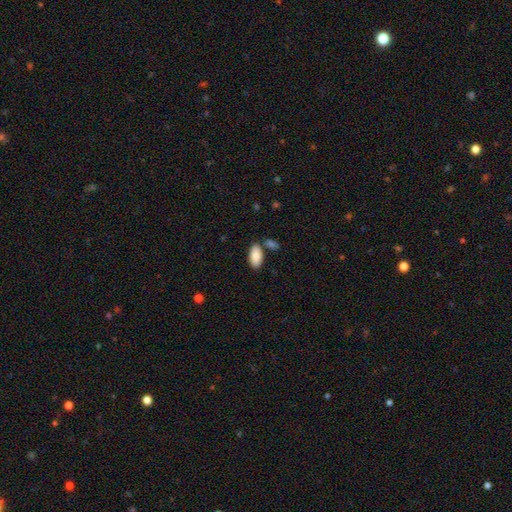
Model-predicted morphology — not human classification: A smooth galaxy with no disk features (88%) that is in between round and cigar-shaped (94%).

Vote fractions:
- Smooth or featured? smooth: 88% / star or artifact: 6% / featured or disk: 6%
- How rounded? in between: 94% / cigar-shaped: 4% / round: 2%
- Merging? none: 77% / minor disturbance: 11% / merger: 9% / major disturbance: 3%